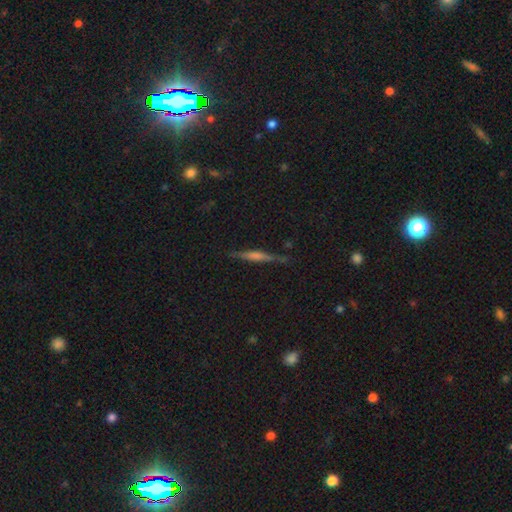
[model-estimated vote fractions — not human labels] A featured or disk galaxy (61%) viewed edge-on (92%) with a rounded central bulge (68%). Merging: none (84%).